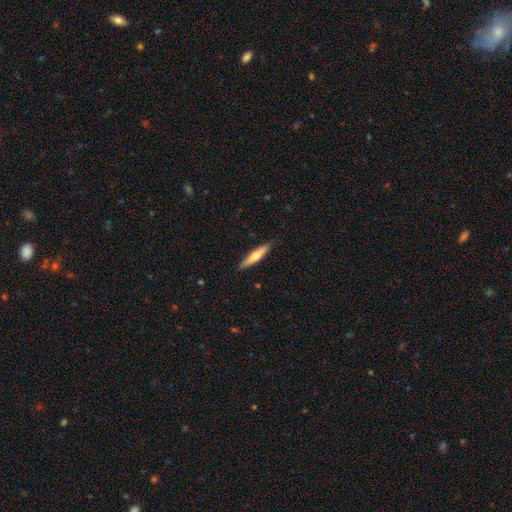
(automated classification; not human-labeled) A smooth galaxy with no disk features (56%) that is cigar-shaped (84%).

Vote fractions:
- Smooth or featured? smooth: 56% / featured or disk: 39% / star or artifact: 5%
- How rounded? cigar-shaped: 84% / in between: 14% / round: 2%
- Merging? none: 89% / minor disturbance: 9% / major disturbance: 2% / merger: 1%